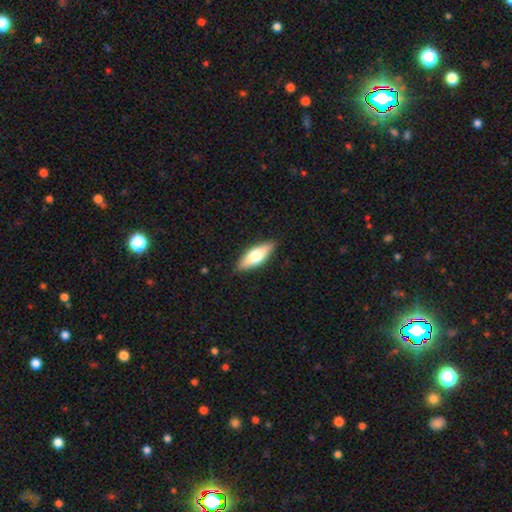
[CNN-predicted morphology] Smooth or featured: smooth — 60% (featured or disk — 34%)
How rounded: in between — 65% (cigar-shaped — 33%)
Merging: none — 87% (minor disturbance — 10%)